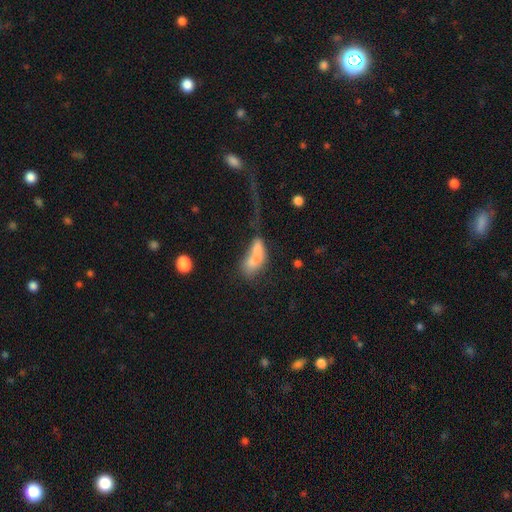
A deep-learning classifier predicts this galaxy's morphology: smooth-or-featured: smooth: 63% | featured or disk: 26% | star or artifact: 11%
  how-rounded: in between: 79% | cigar-shaped: 15% | round: 6%
  merging: merger: 40% | major disturbance: 31% | none: 16% | minor disturbance: 13%